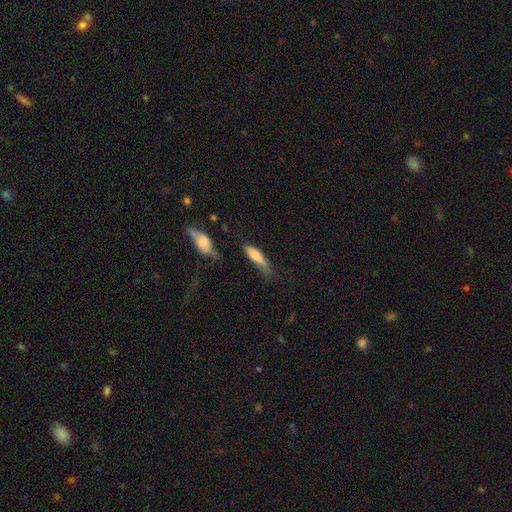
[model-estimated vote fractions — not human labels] Smooth or featured? Predicted: smooth (p=0.75). How rounded? Predicted: cigar-shaped (p=0.61). Merging? Predicted: none (p=0.43).